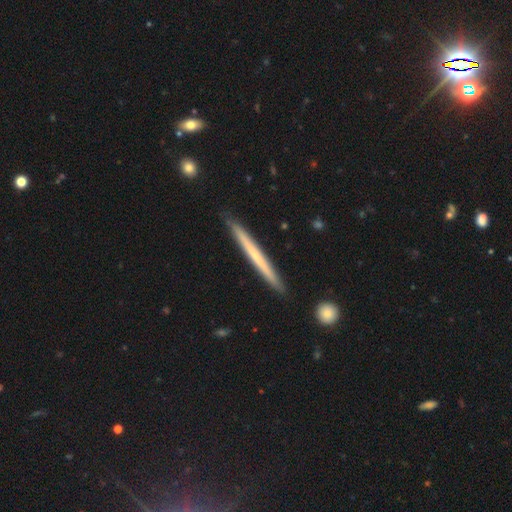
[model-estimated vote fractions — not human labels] Morphology: type=featured or disk (52%); edge-on=yes (97%); edge-on bulge=none (83%); merging=none (90%).